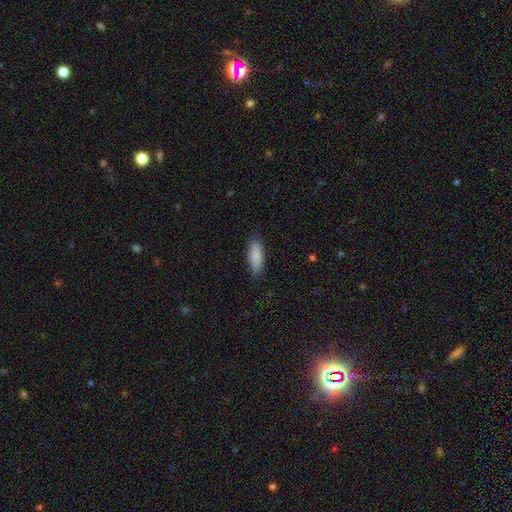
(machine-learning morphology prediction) smooth_or_featured: smooth (p=0.85) [alt: featured or disk p=0.10]
how_rounded: in between (p=0.72) [alt: cigar-shaped p=0.26]
merging: none (p=0.83) [alt: minor disturbance p=0.14]